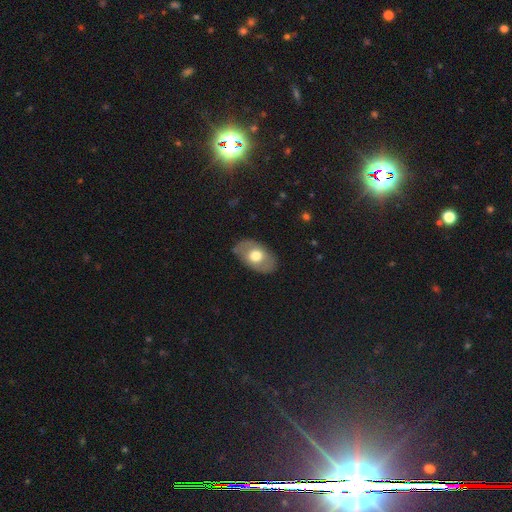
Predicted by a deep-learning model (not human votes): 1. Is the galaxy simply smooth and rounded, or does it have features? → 56% smooth, 38% featured or disk, 6% star or artifact.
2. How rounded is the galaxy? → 89% in between, 10% round, 1% cigar-shaped.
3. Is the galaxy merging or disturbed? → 81% none, 14% minor disturbance, 4% major disturbance, 1% merger.